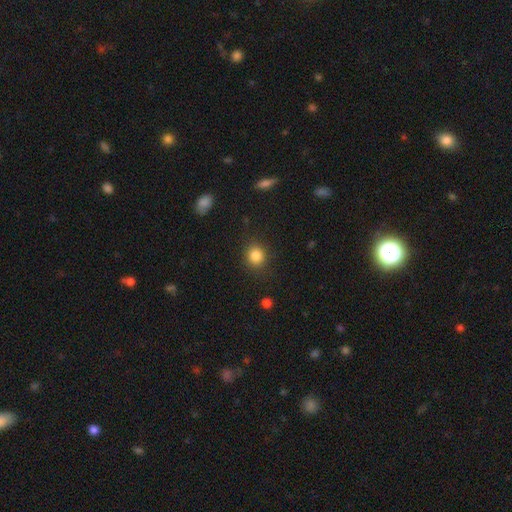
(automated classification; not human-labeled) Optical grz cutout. It shows a smooth galaxy with no disk features (85%) that is round (82%). Merging: none (86%).